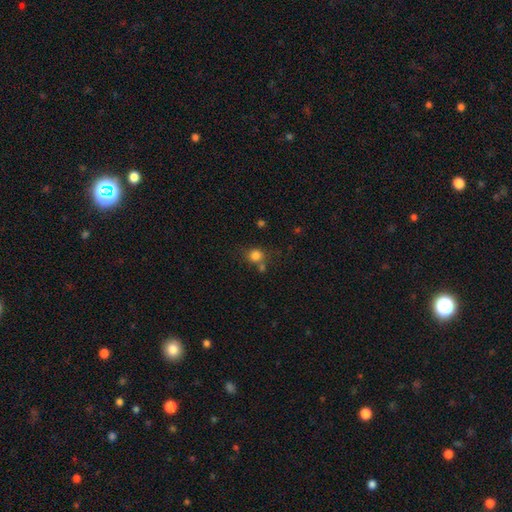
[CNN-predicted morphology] A smooth galaxy with no disk features (81%) that is round (80%).

Vote fractions:
- Smooth or featured? smooth: 81% / star or artifact: 13% / featured or disk: 6%
- How rounded? round: 80% / in between: 19% / cigar-shaped: 1%
- Merging? none: 64% / merger: 18% / minor disturbance: 13% / major disturbance: 5%